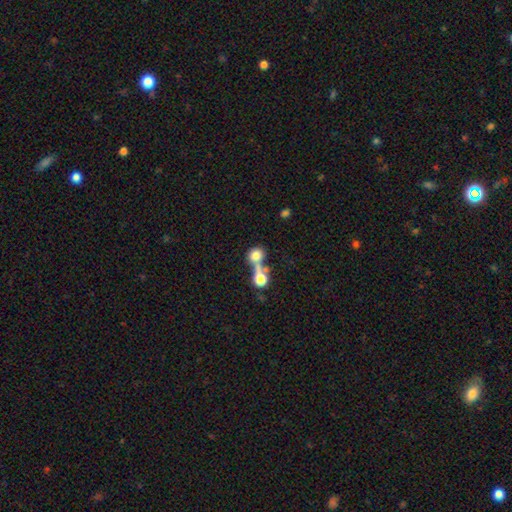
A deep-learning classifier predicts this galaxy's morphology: This appears to be a smooth galaxy with no disk features (75%) that is round (75%). Merging: merger (55%).